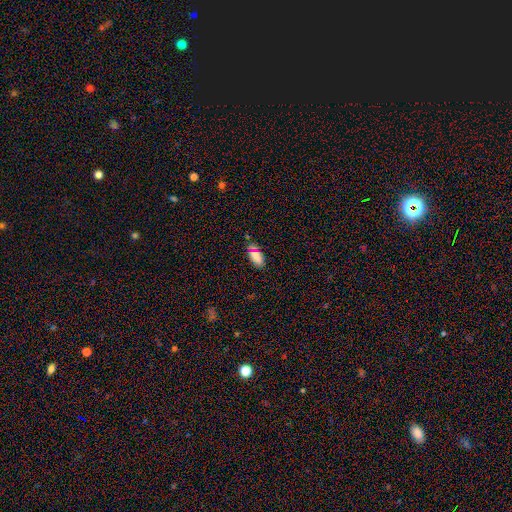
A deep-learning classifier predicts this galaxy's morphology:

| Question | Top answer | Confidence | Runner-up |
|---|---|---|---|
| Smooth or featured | smooth | 77% | star or artifact (15%) |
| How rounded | in between | 90% | cigar-shaped (7%) |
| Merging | none | 77% | minor disturbance (16%) |